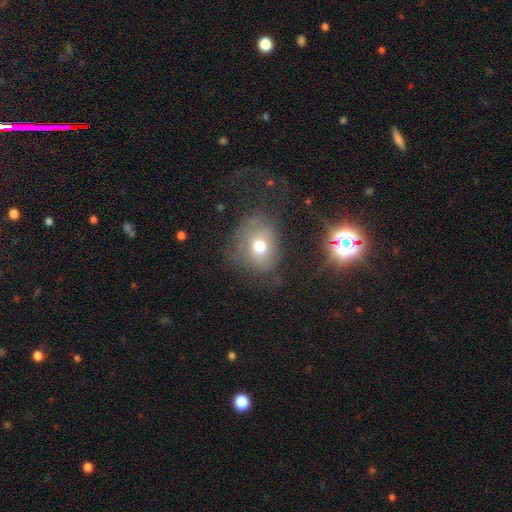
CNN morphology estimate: The model was most divided on "smooth or featured": smooth: 45%, featured or disk: 31%, star or artifact: 24%. Remaining: merging — none (50%).